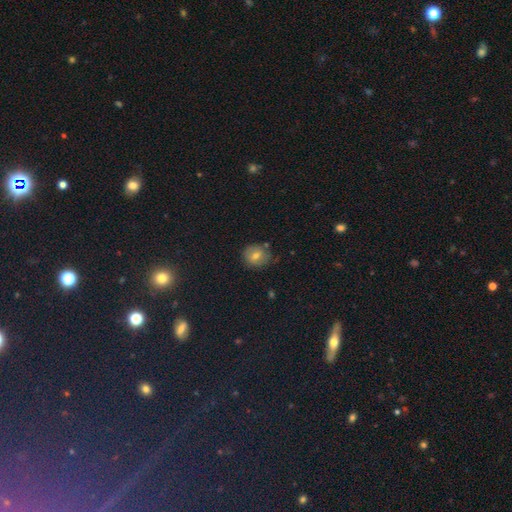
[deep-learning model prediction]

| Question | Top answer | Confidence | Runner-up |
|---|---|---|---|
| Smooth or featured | smooth | 62% | star or artifact (21%) |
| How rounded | round | 79% | in between (20%) |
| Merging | none | 77% | minor disturbance (17%) |